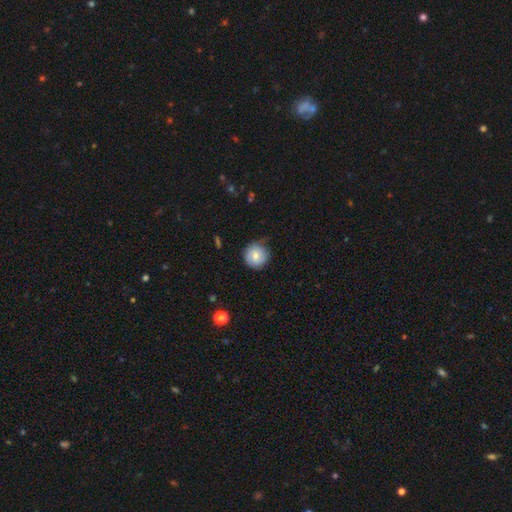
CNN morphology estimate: Overall: smooth (70%). How rounded: round (93%). Merging: none (70%).